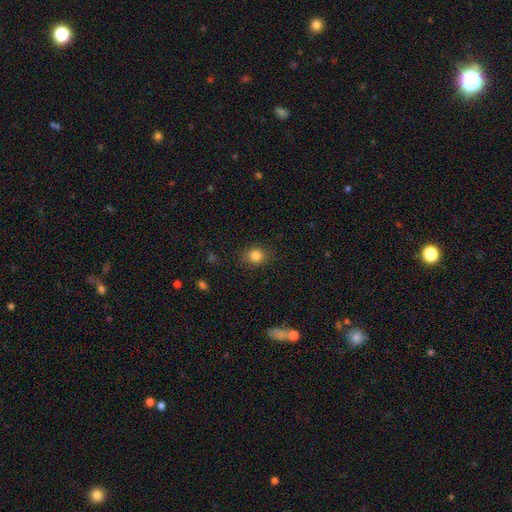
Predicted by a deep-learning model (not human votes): smooth-or-featured: smooth: 83% | star or artifact: 11% | featured or disk: 6%
  how-rounded: round: 67% | in between: 32% | cigar-shaped: 1%
  merging: none: 87% | minor disturbance: 9% | major disturbance: 3% | merger: 1%